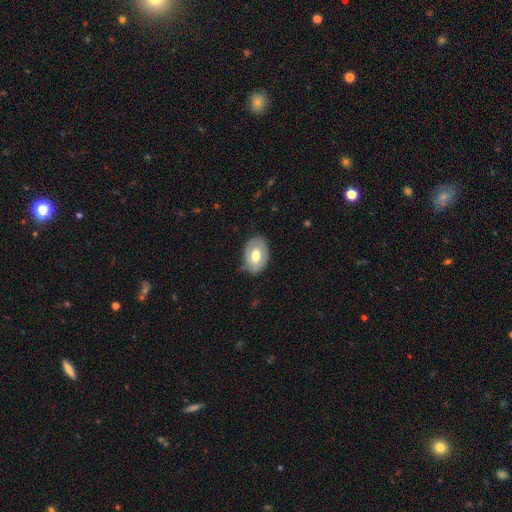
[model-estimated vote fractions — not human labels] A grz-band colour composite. It shows a smooth galaxy with no disk features (53%) that is in between round and cigar-shaped (84%). Merging: none (73%).